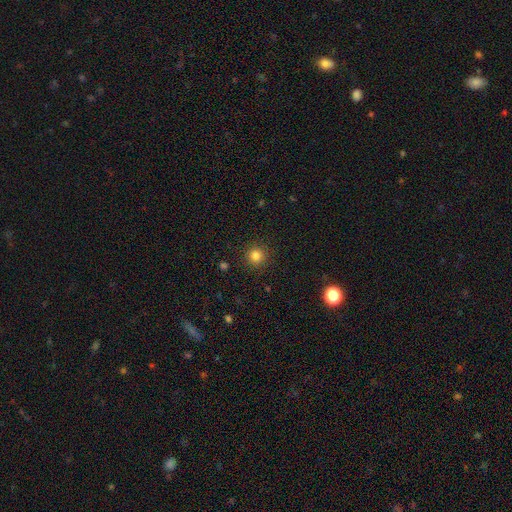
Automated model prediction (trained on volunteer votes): Morphology: type=smooth (83%); roundness=round (94%); merging=none (91%).